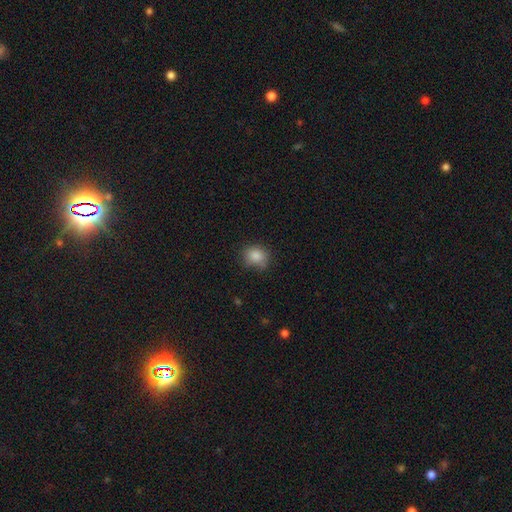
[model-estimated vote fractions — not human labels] Smooth or featured?
  - smooth: 85% *
  - star or artifact: 10%
  - featured or disk: 5%
How rounded?
  - round: 71% *
  - in between: 28%
  - cigar-shaped: 1%
Merging?
  - none: 70% *
  - minor disturbance: 23%
  - major disturbance: 5%
  - merger: 2%